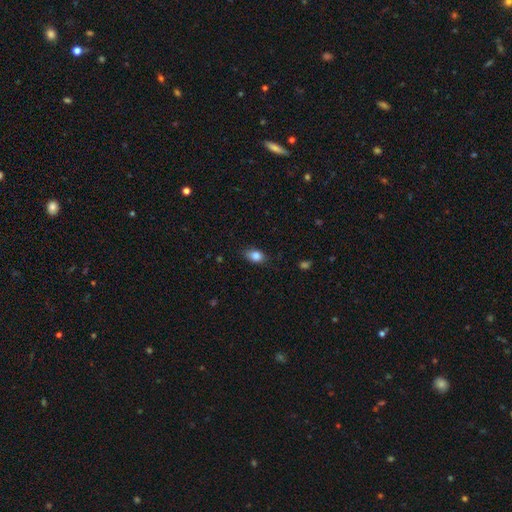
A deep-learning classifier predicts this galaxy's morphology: A smooth galaxy with no disk features (85%) that is in between round and cigar-shaped (81%). Merging: none (77%).